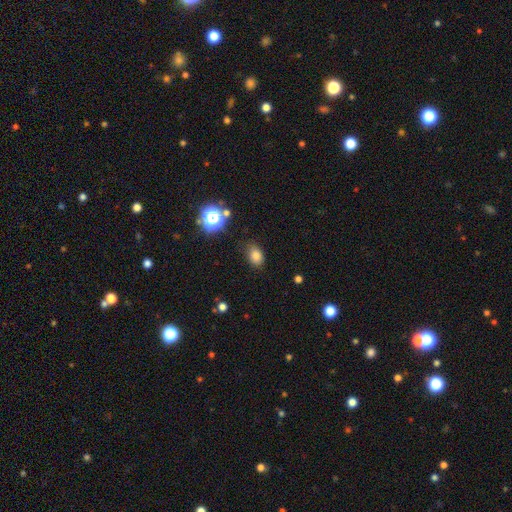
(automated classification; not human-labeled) This is likely a smooth galaxy (80%). How rounded: likely in between (68%). Merging: likely none (79%).